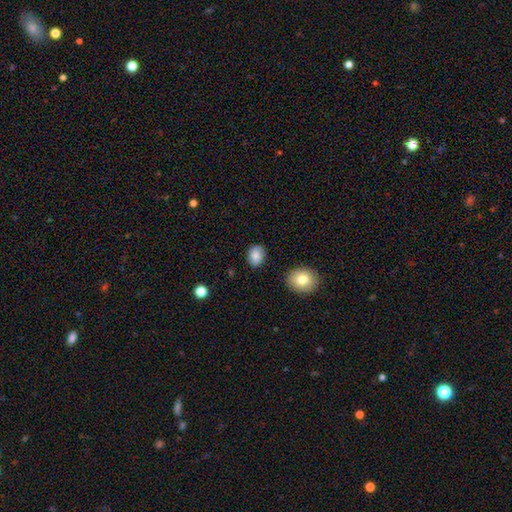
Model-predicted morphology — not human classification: Smooth or featured: smooth — 84% (star or artifact — 8%)
How rounded: in between — 61% (round — 37%)
Merging: none — 85% (minor disturbance — 11%)